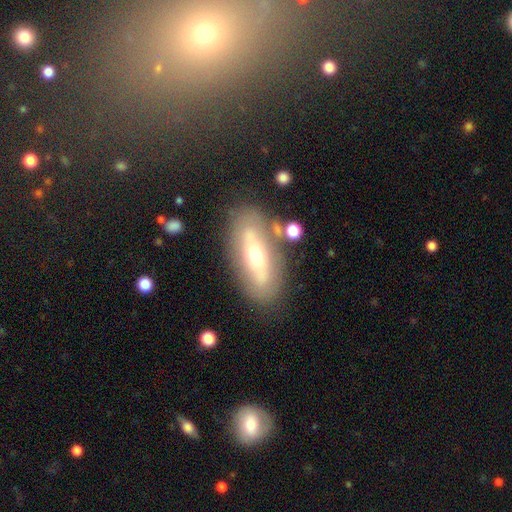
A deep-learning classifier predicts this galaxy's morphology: featured or disk 61%, smooth 31%, star or artifact 8%. Down the decision tree: edge-on disk — no (73%); merging — none (78%).